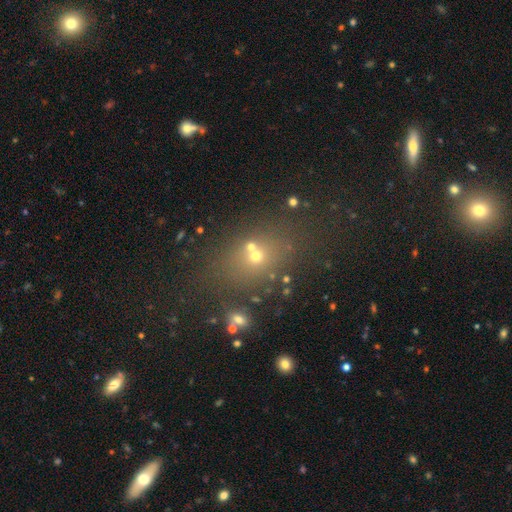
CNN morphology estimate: Smooth or featured? Predicted: smooth (p=0.55). How rounded? Predicted: round (p=0.52). Merging? Predicted: none (p=0.61).